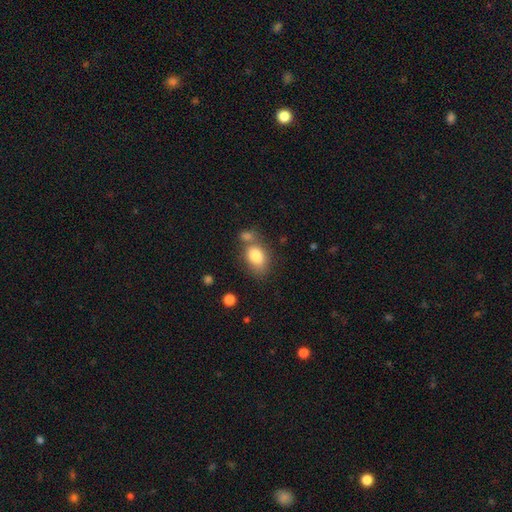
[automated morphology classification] Smooth or featured: smooth — 81% (featured or disk — 10%)
How rounded: in between — 79% (round — 19%)
Merging: none — 50% (merger — 27%)